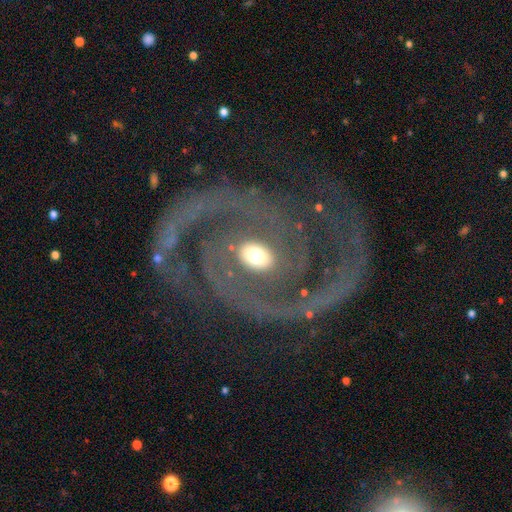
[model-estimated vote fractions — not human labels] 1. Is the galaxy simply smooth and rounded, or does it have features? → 61% featured or disk, 30% smooth, 9% star or artifact.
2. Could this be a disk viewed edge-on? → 94% no, 6% yes.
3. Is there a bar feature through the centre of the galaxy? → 74% no, 16% weak, 10% strong.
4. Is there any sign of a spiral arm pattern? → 55% yes, 45% no.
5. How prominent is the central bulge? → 54% moderate, 23% large, 16% small, 5% dominant, 2% none.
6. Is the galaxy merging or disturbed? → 66% none, 18% major disturbance, 13% minor disturbance, 3% merger.